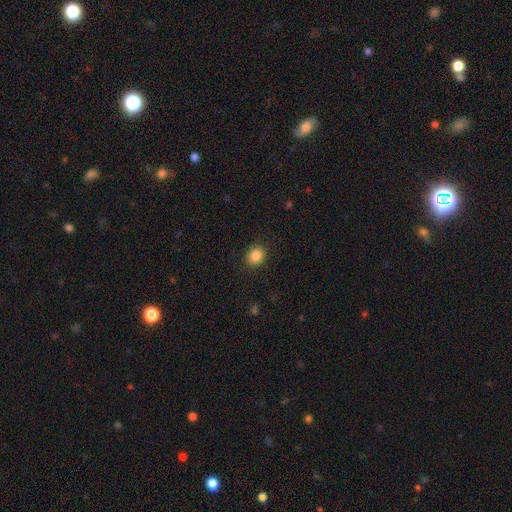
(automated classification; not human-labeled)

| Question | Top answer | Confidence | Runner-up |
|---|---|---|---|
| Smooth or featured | smooth | 86% | star or artifact (10%) |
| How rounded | round | 60% | in between (39%) |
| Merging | none | 90% | minor disturbance (7%) |